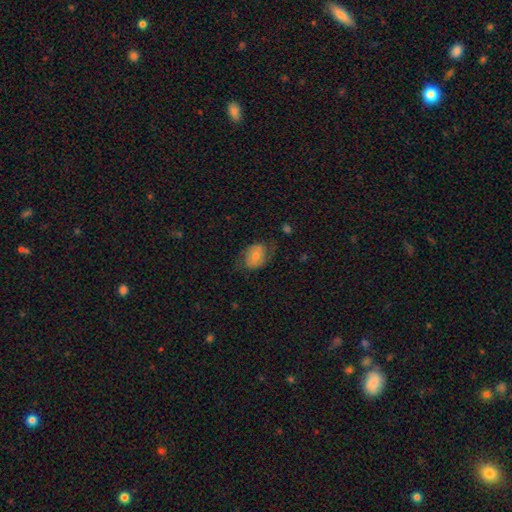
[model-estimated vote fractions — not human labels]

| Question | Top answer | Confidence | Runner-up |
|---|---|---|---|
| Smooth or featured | smooth | 51% | featured or disk (41%) |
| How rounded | in between | 73% | round (26%) |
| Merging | none | 57% | minor disturbance (25%) |